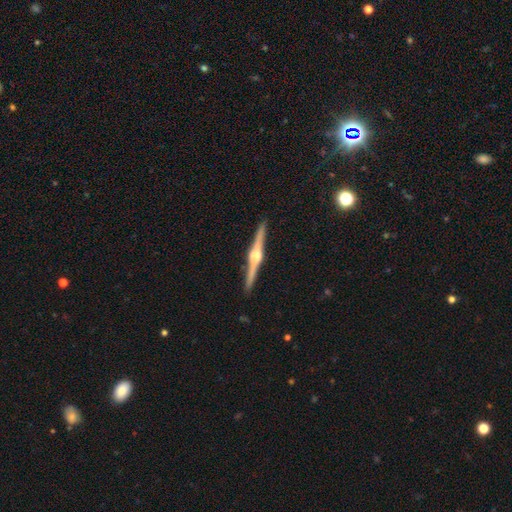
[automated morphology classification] Q: Smooth or featured?
A: featured or disk (86%); runner-up: smooth (9%)
Q: Edge-on disk?
A: yes (99%); runner-up: no (1%)
Q: Edge-on bulge?
A: rounded (93%); runner-up: boxy (5%)
Q: Merging?
A: none (92%); runner-up: minor disturbance (5%)